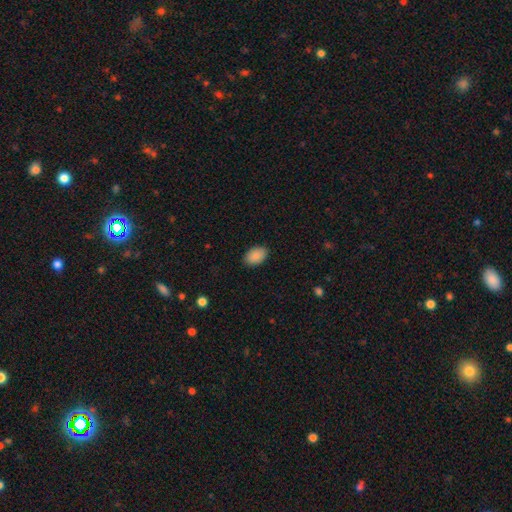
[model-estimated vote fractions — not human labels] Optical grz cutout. It shows a smooth galaxy with no disk features (90%) that is in between round and cigar-shaped (88%). Merging: none (89%).